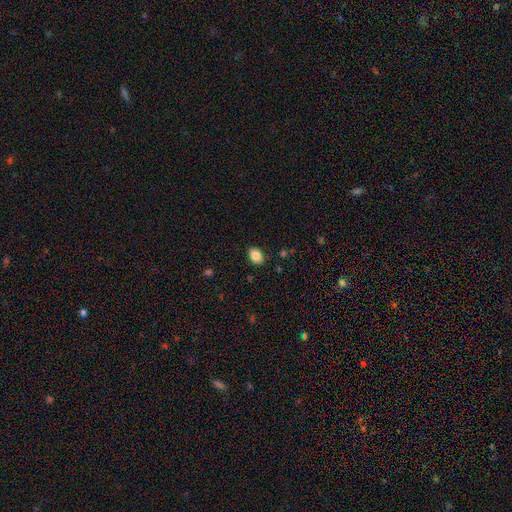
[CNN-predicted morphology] smooth 85%, star or artifact 9%, featured or disk 7%. Down the decision tree: how rounded — in between (79%); merging — none (88%).